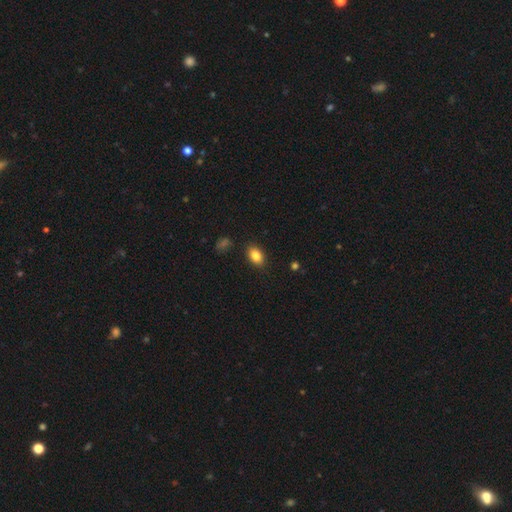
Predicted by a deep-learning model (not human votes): The model was most divided on "how rounded": in between: 85%, round: 13%, cigar-shaped: 2%. More confident: merging — none (87%); smooth or featured — smooth (84%).